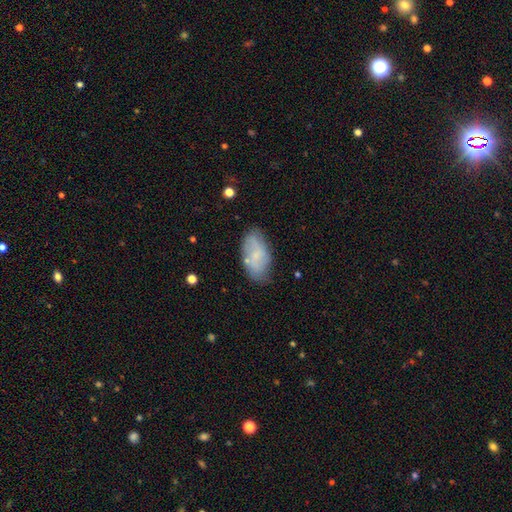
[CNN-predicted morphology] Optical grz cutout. It shows a smooth galaxy with no disk features (58%) that is in between round and cigar-shaped (93%). Merging: none (68%).